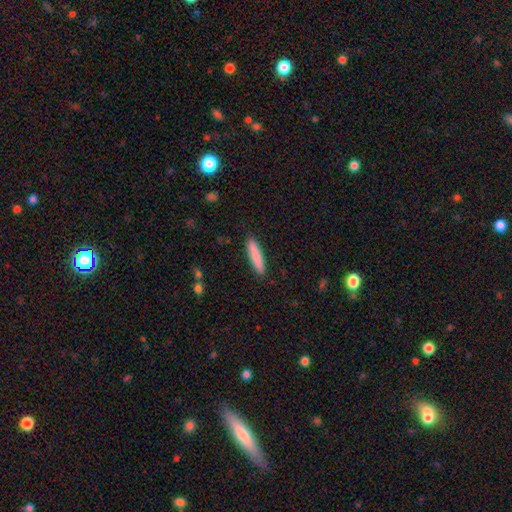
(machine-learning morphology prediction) Q: Smooth or featured?
A: smooth (84%); runner-up: featured or disk (10%)
Q: How rounded?
A: cigar-shaped (89%); runner-up: in between (10%)
Q: Merging?
A: none (90%); runner-up: minor disturbance (7%)